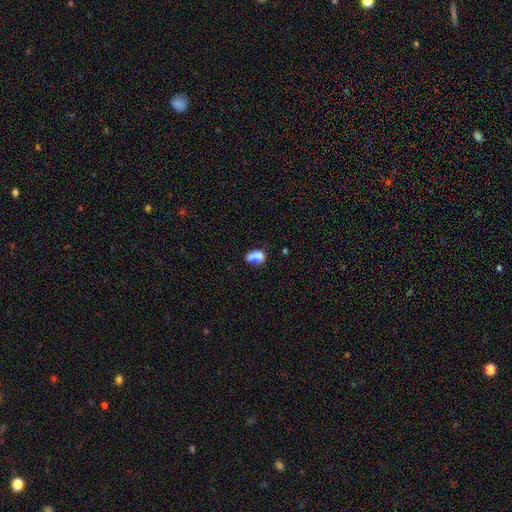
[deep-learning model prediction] Smooth or featured: smooth — 72% (featured or disk — 18%)
How rounded: in between — 80% (round — 17%)
Merging: none — 30% (minor disturbance — 28%)